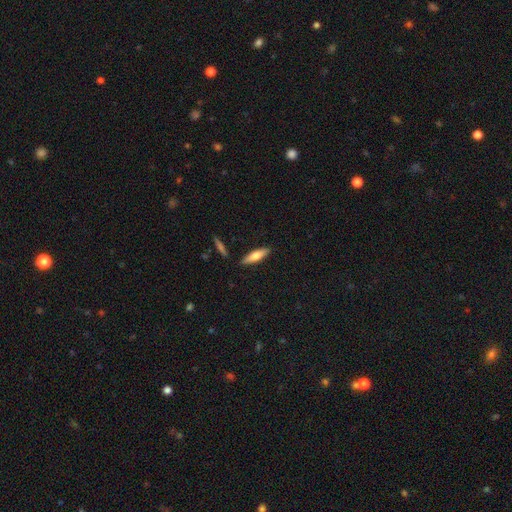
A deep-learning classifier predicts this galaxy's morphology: Overall: smooth (65%; featured or disk 29%). How rounded: cigar-shaped (66%; in between 32%). Merging: none (87%).